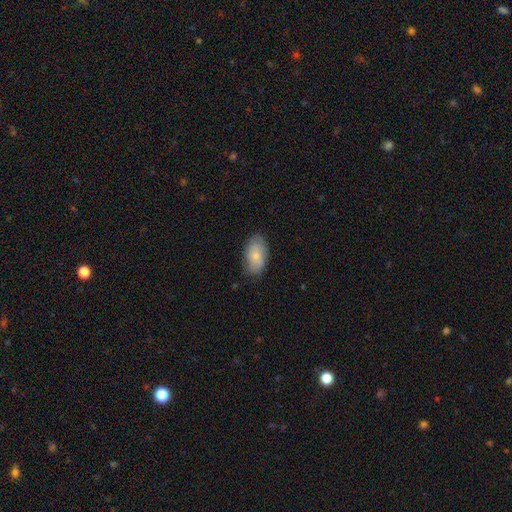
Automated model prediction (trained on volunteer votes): Smooth or featured?
  - smooth: 75% *
  - featured or disk: 18%
  - star or artifact: 6%
How rounded?
  - in between: 93% *
  - round: 5%
  - cigar-shaped: 2%
Merging?
  - none: 74% *
  - minor disturbance: 21%
  - major disturbance: 4%
  - merger: 1%